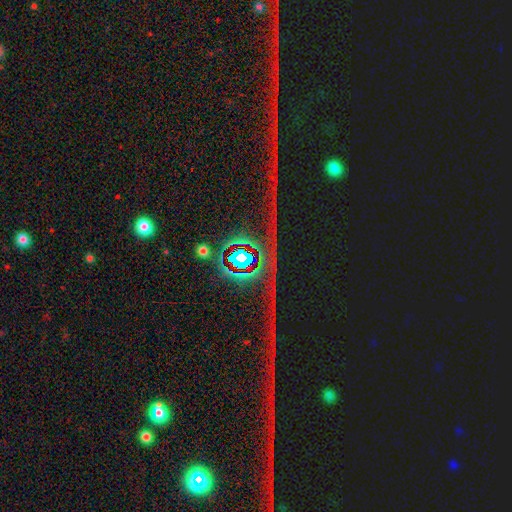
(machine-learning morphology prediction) This appears to be a star or artifact, not a galaxy (81%).